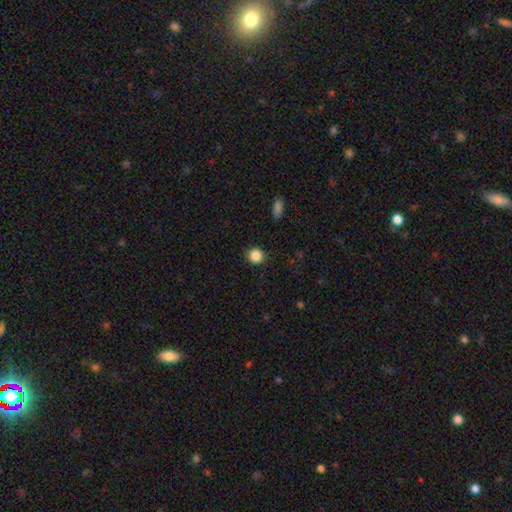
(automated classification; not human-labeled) The model was most divided on "smooth or featured": smooth: 86%, star or artifact: 10%, featured or disk: 3%. More confident: how rounded — round (91%); merging — none (90%).